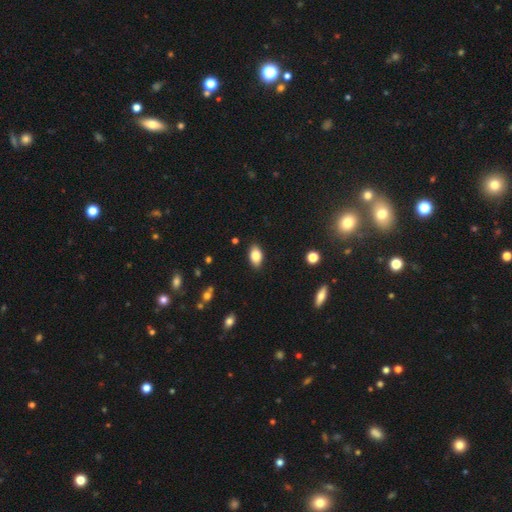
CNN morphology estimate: This is clearly a smooth galaxy (83%). How rounded: clearly in between (90%). Merging: clearly none (87%).